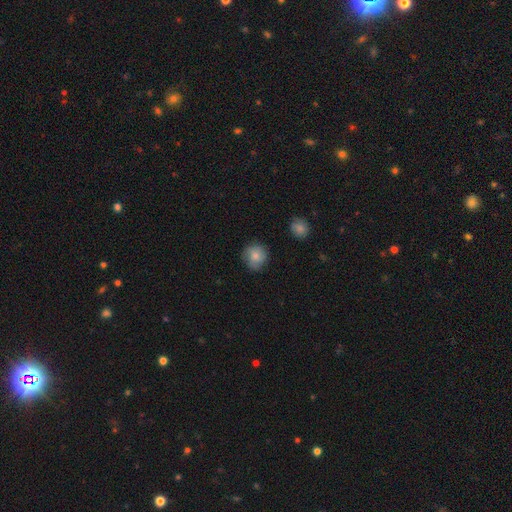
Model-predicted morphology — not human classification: Smooth or featured?
  - smooth: 79% *
  - featured or disk: 13%
  - star or artifact: 8%
How rounded?
  - round: 88% *
  - in between: 11%
  - cigar-shaped: 1%
Merging?
  - none: 77% *
  - minor disturbance: 18%
  - major disturbance: 4%
  - merger: 2%